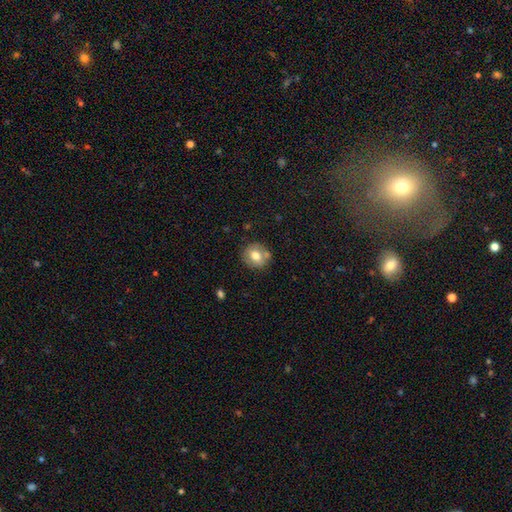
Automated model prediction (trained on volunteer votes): Smooth or featured? Predicted: smooth (p=0.70). How rounded? Predicted: round (p=0.78). Merging? Predicted: none (p=0.74).